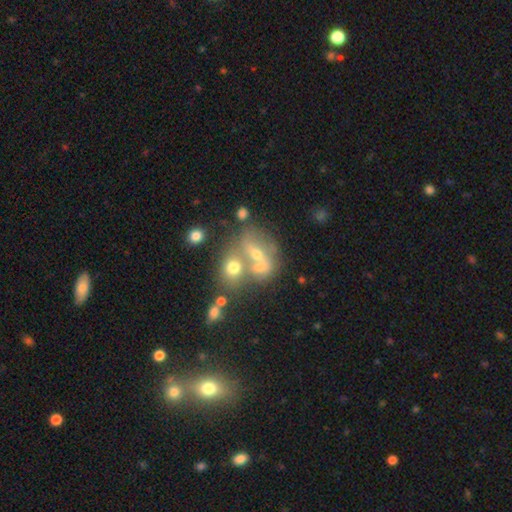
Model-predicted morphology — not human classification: smooth 42%, featured or disk 40%, star or artifact 18%. Down the decision tree: merging — merger (54%).